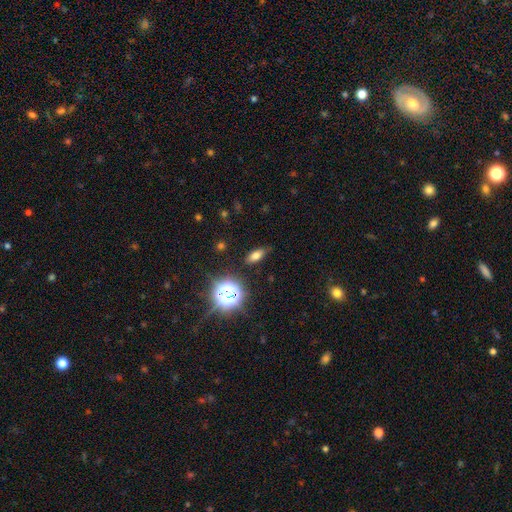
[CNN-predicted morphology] smooth_or_featured: smooth (p=0.66) [alt: star or artifact p=0.20]
how_rounded: in between (p=0.73) [alt: cigar-shaped p=0.16]
merging: none (p=0.84) [alt: minor disturbance p=0.11]